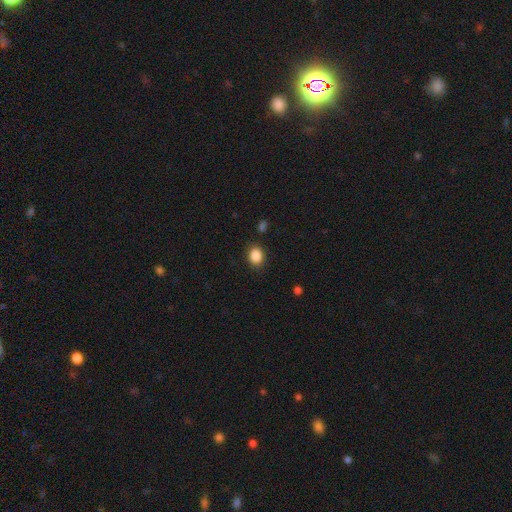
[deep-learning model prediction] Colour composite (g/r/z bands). It shows a smooth galaxy with no disk features (87%) that is in between round and cigar-shaped (57%). Merging: none (85%).